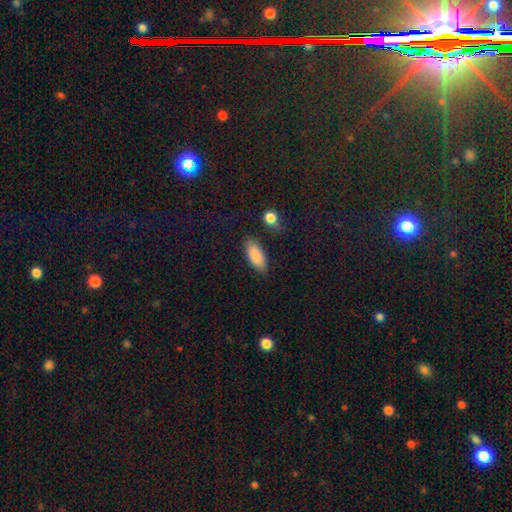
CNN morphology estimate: A smooth galaxy with no disk features (87%) that is in between round and cigar-shaped (87%). Merging: none (79%).